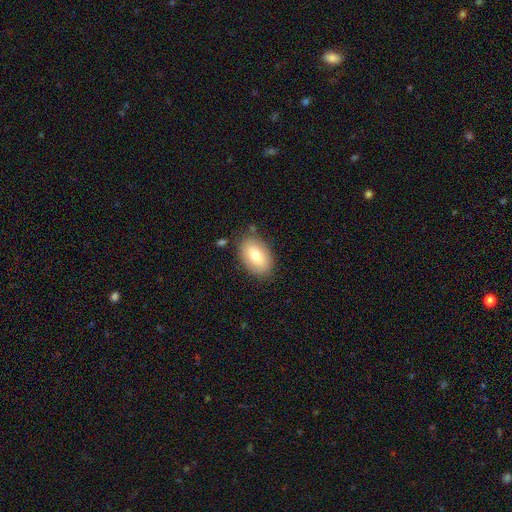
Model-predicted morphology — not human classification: smooth-or-featured: smooth: 73% | featured or disk: 20% | star or artifact: 7%
  how-rounded: in between: 90% | round: 9% | cigar-shaped: 1%
  merging: none: 82% | minor disturbance: 12% | major disturbance: 3% | merger: 3%